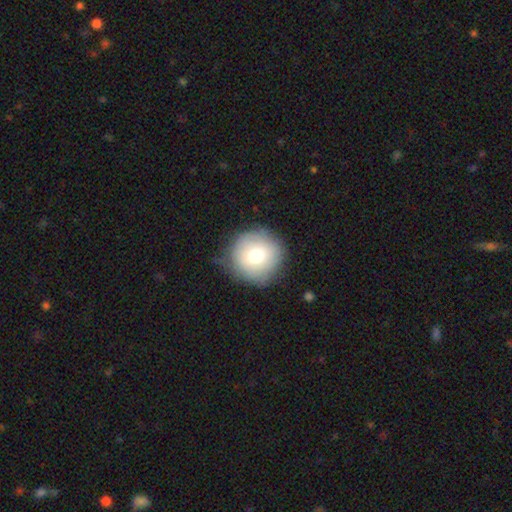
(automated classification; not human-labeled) This appears to be a smooth galaxy with no disk features (74%) that is round (94%). Merging: none (78%).